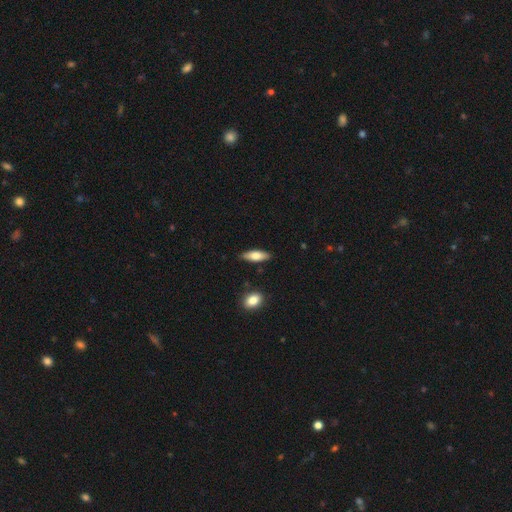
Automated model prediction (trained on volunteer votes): Overall: smooth (72%). How rounded: in between (60%; cigar-shaped 37%). Merging: none (85%).